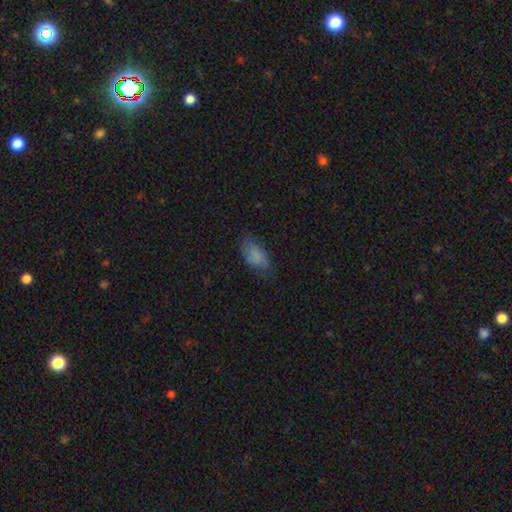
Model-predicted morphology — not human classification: A smooth galaxy with no disk features (83%) that is in between round and cigar-shaped (92%). Merging: none (66%).